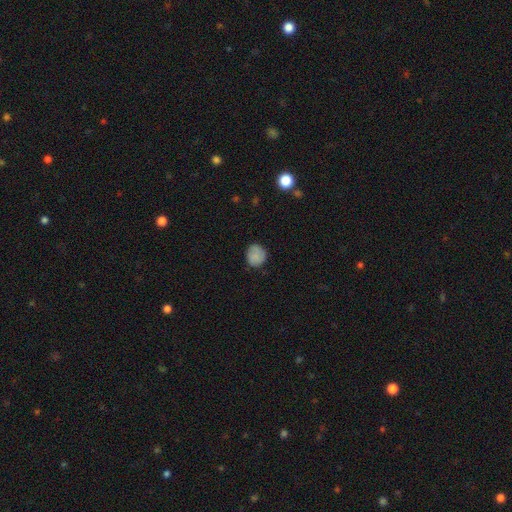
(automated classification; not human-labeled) A smooth galaxy with no disk features (83%) that is round (83%). Merging: none (77%).